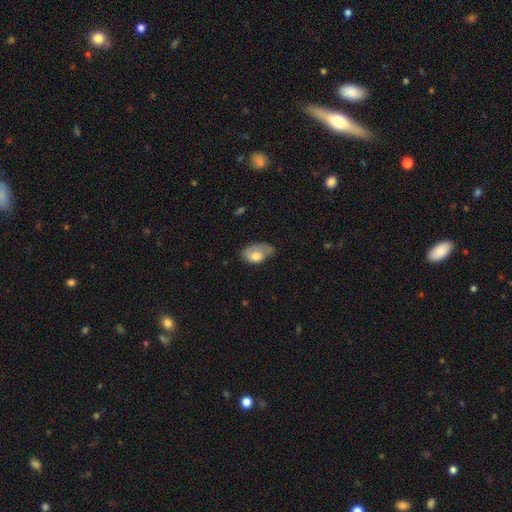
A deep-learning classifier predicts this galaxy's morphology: A smooth galaxy with no disk features (67%) that is in between round and cigar-shaped (89%).

Vote fractions:
- Smooth or featured? smooth: 67% / featured or disk: 26% / star or artifact: 7%
- How rounded? in between: 89% / round: 10% / cigar-shaped: 2%
- Merging? minor disturbance: 42% / none: 28% / major disturbance: 26% / merger: 4%